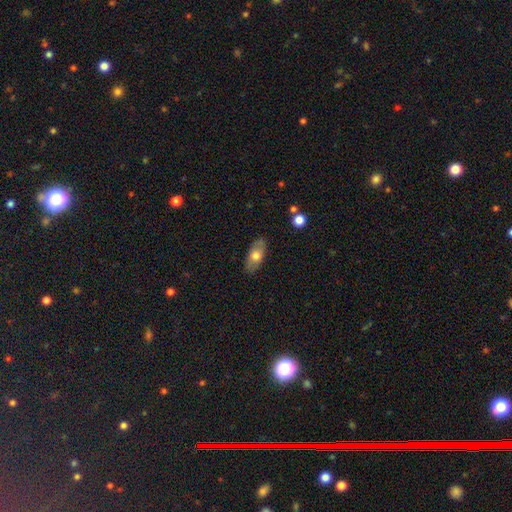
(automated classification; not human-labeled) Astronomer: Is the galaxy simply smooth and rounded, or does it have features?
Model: smooth — 64%.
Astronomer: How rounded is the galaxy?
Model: in between — 88%.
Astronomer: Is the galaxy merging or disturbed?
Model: none — 83%.